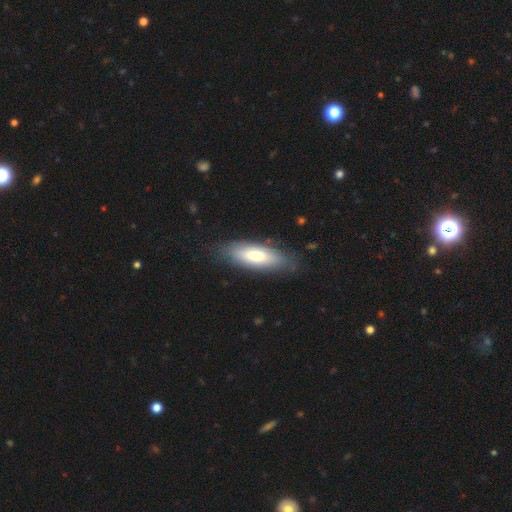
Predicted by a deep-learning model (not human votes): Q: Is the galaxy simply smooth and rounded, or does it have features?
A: smooth — 73%.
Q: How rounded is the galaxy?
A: in between — 66%.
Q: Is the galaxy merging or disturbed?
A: none — 78%.